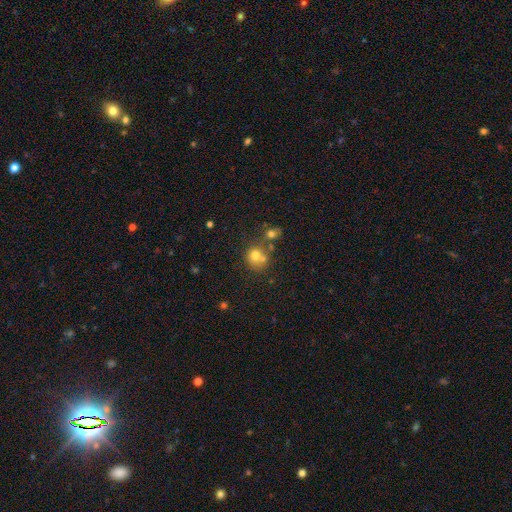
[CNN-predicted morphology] Smooth or featured? Predicted: smooth (p=0.72). How rounded? Predicted: round (p=0.81). Merging? Predicted: none (p=0.47).